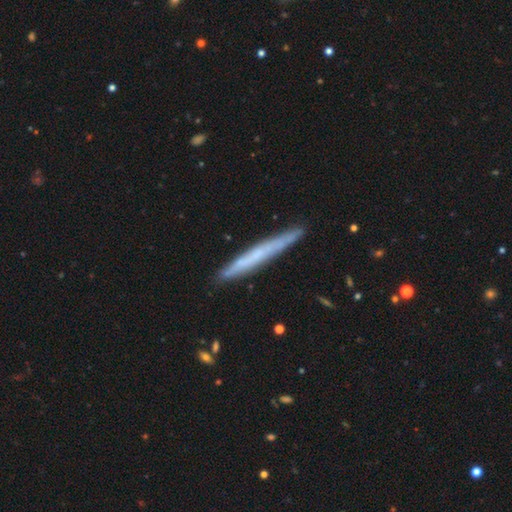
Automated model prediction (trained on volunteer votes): smooth-or-featured: smooth: 48% | featured or disk: 45% | star or artifact: 7%
  merging: none: 88% | minor disturbance: 9% | major disturbance: 1% | merger: 1%